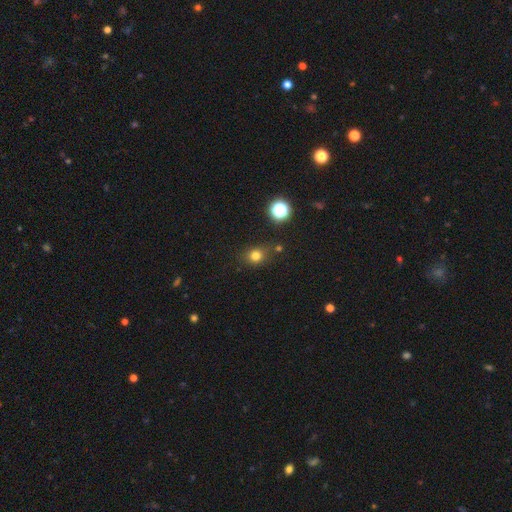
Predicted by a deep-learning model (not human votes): Smooth or featured? smooth (76%)
How rounded? round (76%)
Merging? none (76%)